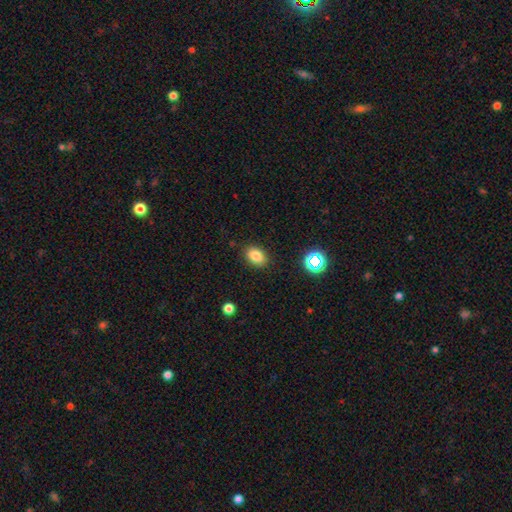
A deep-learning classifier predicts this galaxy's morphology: Smooth or featured?
  - smooth: 82% *
  - star or artifact: 12%
  - featured or disk: 6%
How rounded?
  - in between: 78% *
  - round: 20%
  - cigar-shaped: 1%
Merging?
  - none: 86% *
  - minor disturbance: 10%
  - major disturbance: 3%
  - merger: 2%